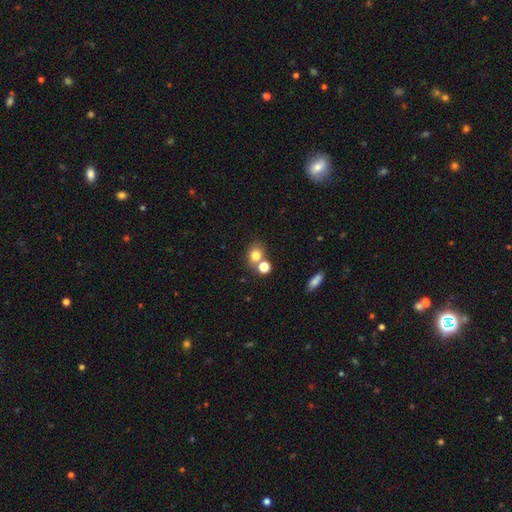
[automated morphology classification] The model was most divided on "merging": none: 56%, merger: 31%, minor disturbance: 10%, major disturbance: 4%. More confident: smooth or featured — smooth (77%); how rounded — round (63%).